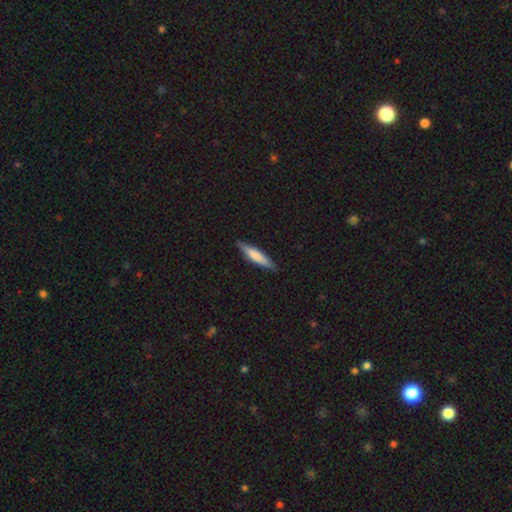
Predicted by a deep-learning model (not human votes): Morphology: type=smooth (69%); roundness=cigar-shaped (84%); merging=none (88%).